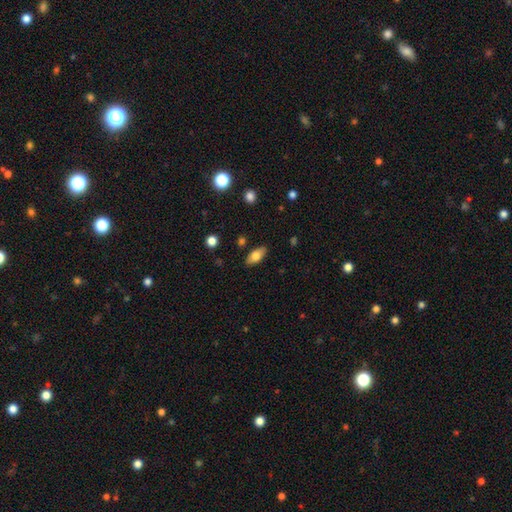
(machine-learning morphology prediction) A smooth galaxy with no disk features (76%) that is in between round and cigar-shaped (88%).

Vote fractions:
- Smooth or featured? smooth: 76% / featured or disk: 17% / star or artifact: 7%
- How rounded? in between: 88% / cigar-shaped: 9% / round: 3%
- Merging? none: 86% / minor disturbance: 10% / major disturbance: 2% / merger: 2%